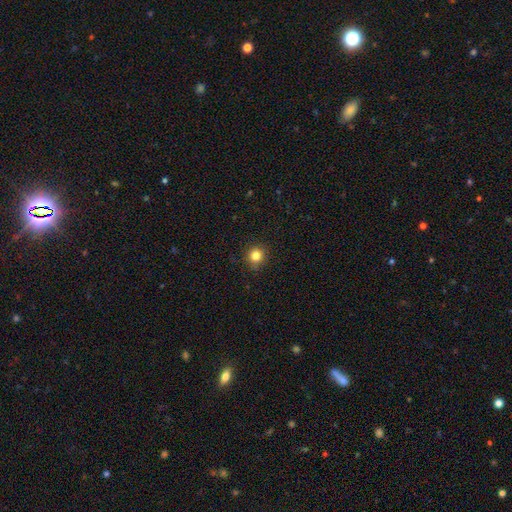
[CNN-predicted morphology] Smooth or featured: smooth — 83% (star or artifact — 12%)
How rounded: round — 93% (in between — 6%)
Merging: none — 89% (minor disturbance — 8%)